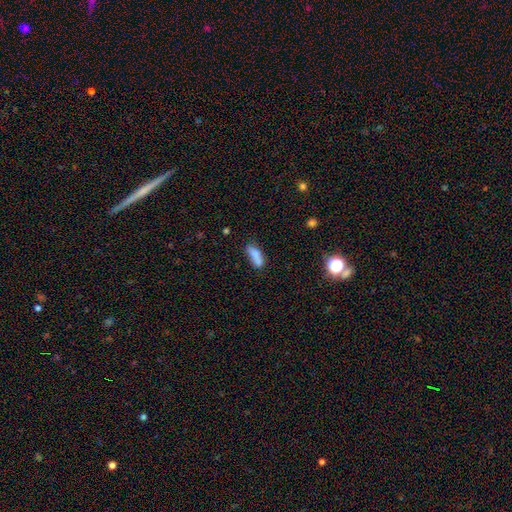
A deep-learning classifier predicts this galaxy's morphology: type=smooth (76%); roundness=in between (65%); merging=none (41%).